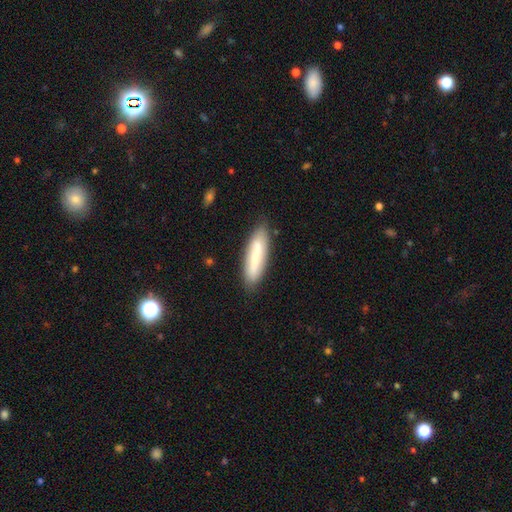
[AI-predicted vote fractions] This appears to be a smooth galaxy with no disk features (66%) that is cigar-shaped (69%). Merging: none (83%).